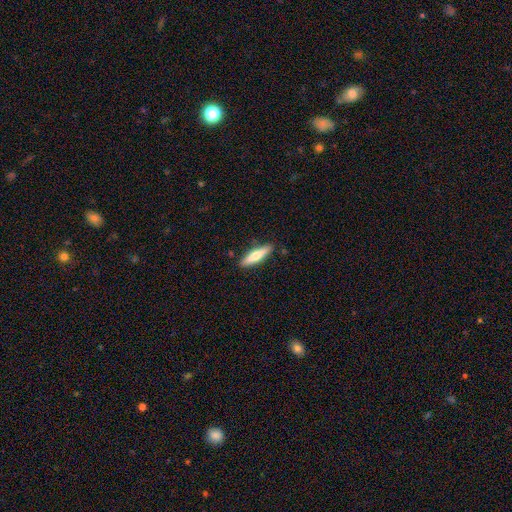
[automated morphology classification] Overall: smooth (58%; featured or disk 36%). How rounded: cigar-shaped (74%). Merging: none (88%).